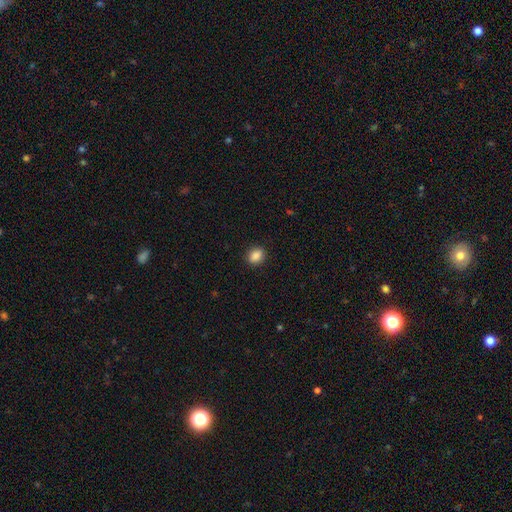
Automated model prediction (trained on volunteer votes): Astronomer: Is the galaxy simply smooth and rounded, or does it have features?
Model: smooth — 88%.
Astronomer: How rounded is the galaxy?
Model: round — 50% (runner-up: in between, 49%).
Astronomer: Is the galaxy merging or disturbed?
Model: none — 90%.